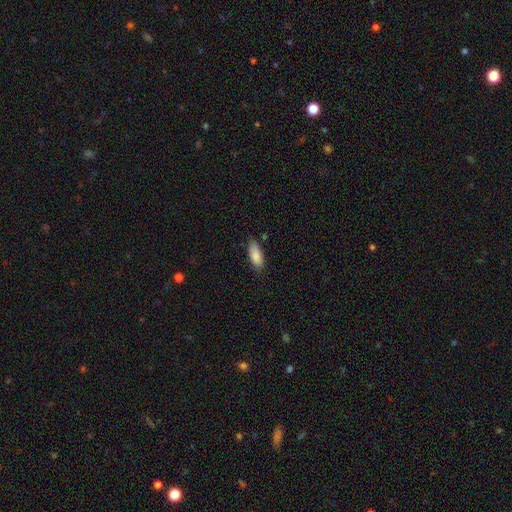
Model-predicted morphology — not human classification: type=smooth (87%); roundness=in between (80%); merging=none (78%).